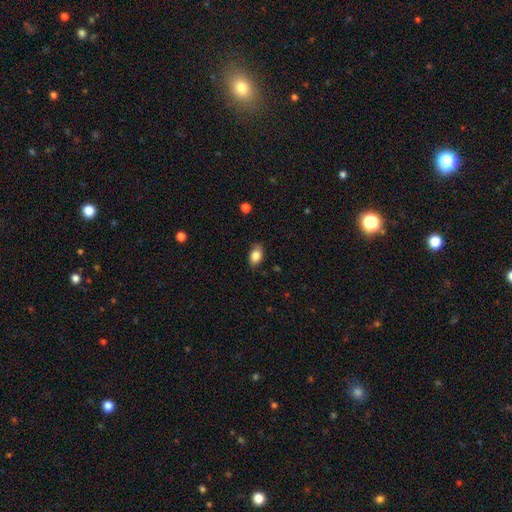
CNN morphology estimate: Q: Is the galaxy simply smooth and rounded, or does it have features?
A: smooth — 83%.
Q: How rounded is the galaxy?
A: in between — 84%.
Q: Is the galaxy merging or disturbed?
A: none — 79%.